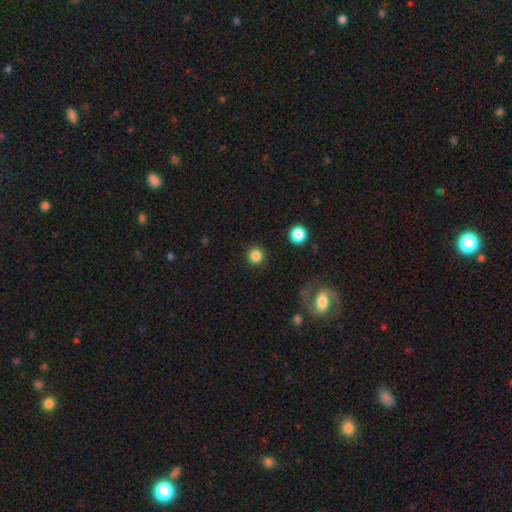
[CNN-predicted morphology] Smooth or featured? smooth (84%)
How rounded? round (95%)
Merging? none (92%)